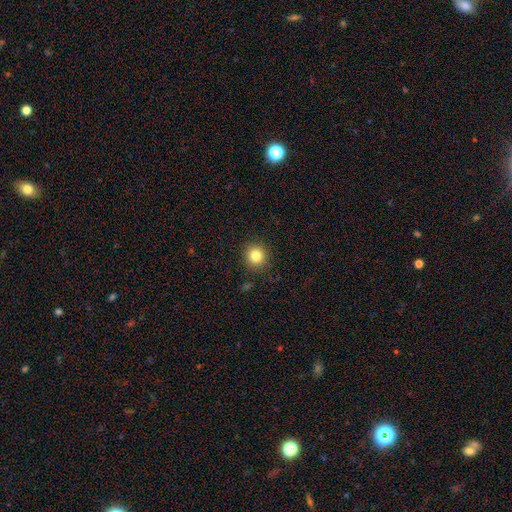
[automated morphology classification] Smooth or featured? Predicted: smooth (p=0.83). How rounded? Predicted: round (p=0.92). Merging? Predicted: none (p=0.90).